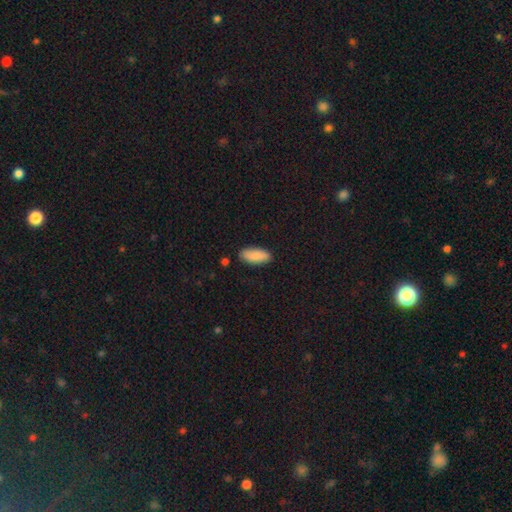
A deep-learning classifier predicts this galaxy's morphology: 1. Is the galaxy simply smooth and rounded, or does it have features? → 88% smooth, 7% featured or disk, 6% star or artifact.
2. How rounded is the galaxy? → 84% in between, 15% cigar-shaped, 2% round.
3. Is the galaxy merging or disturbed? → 86% none, 10% minor disturbance, 2% major disturbance, 2% merger.